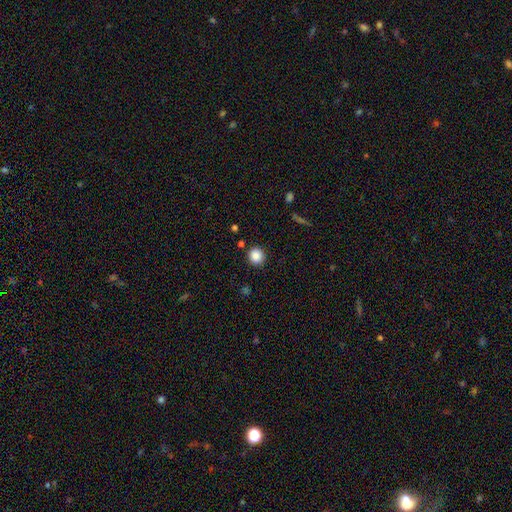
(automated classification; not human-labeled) This appears to be a smooth galaxy with no disk features (87%) that is round (91%). Merging: none (89%).